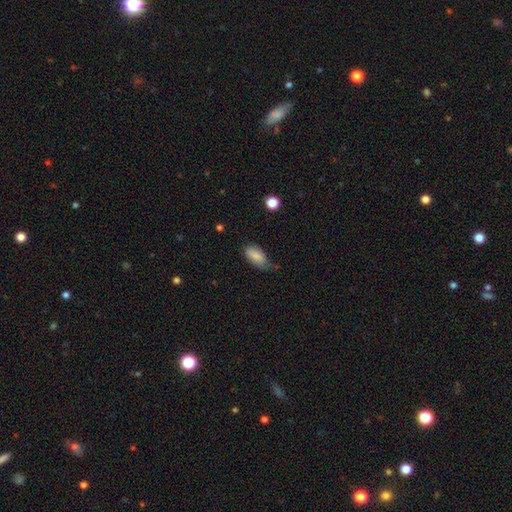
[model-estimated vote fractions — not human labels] Smooth or featured? Predicted: smooth (p=0.83). How rounded? Predicted: in between (p=0.90). Merging? Predicted: none (p=0.45).